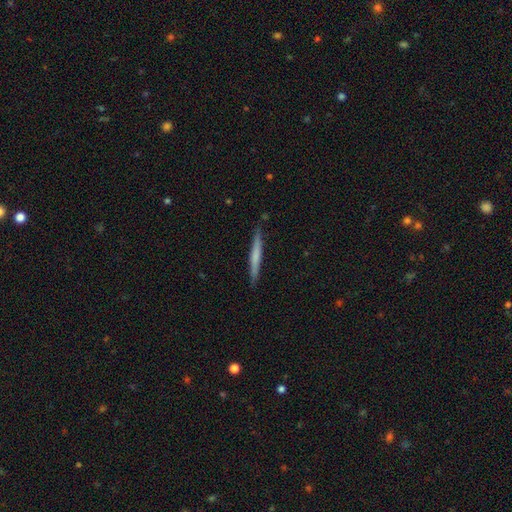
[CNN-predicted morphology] Smooth or featured: smooth — 55% (featured or disk — 40%)
How rounded: cigar-shaped — 97% (in between — 2%)
Merging: none — 89% (minor disturbance — 8%)